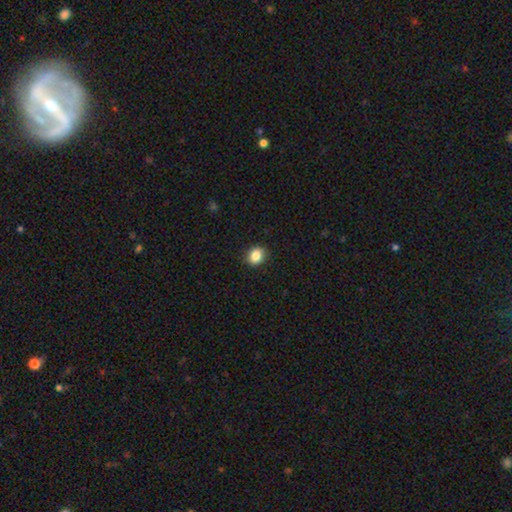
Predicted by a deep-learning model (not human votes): The model was most divided on "how rounded": round: 69%, in between: 30%, cigar-shaped: 1%. More confident: merging — none (90%); smooth or featured — smooth (85%).